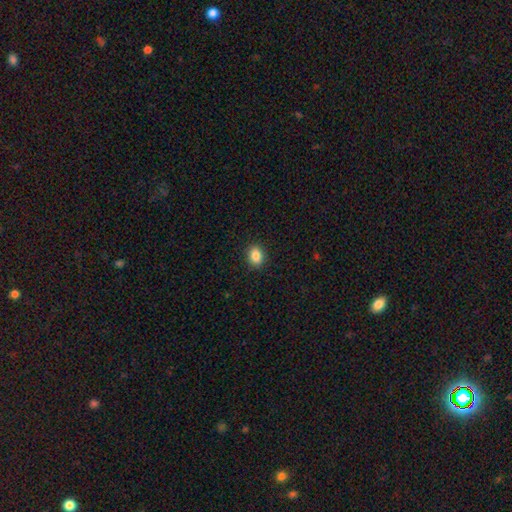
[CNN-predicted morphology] Q: Smooth or featured?
A: smooth (86%); runner-up: star or artifact (9%)
Q: How rounded?
A: in between (61%); runner-up: round (38%)
Q: Merging?
A: none (90%); runner-up: minor disturbance (7%)